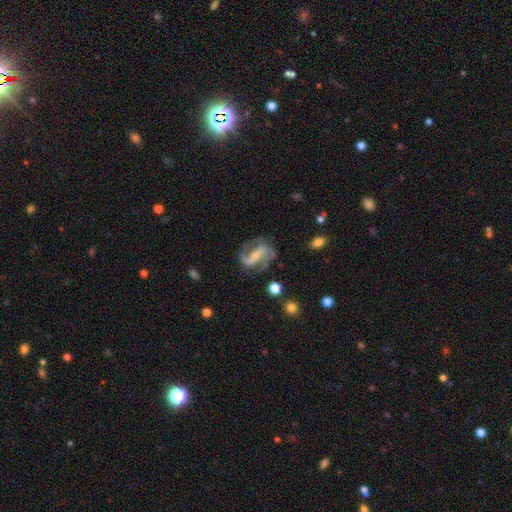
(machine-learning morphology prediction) A featured or disk galaxy (85%) with a strong bar (54%), 2 (84%) medium (51%) spiral arms (94%) and a small central bulge (61%). Merging: none (66%).